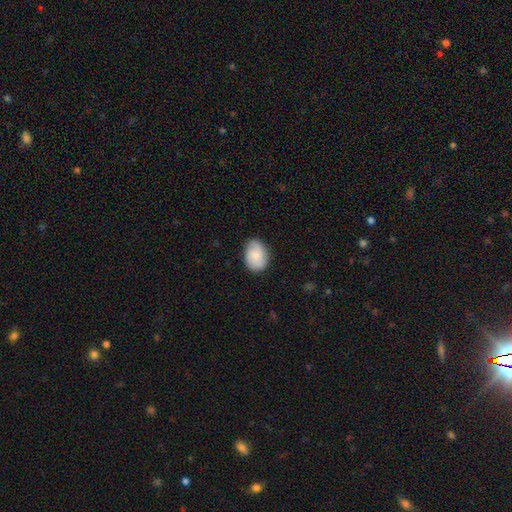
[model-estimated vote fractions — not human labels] Smooth or featured: smooth — 77% (featured or disk — 17%)
How rounded: in between — 73% (round — 26%)
Merging: none — 75% (minor disturbance — 21%)